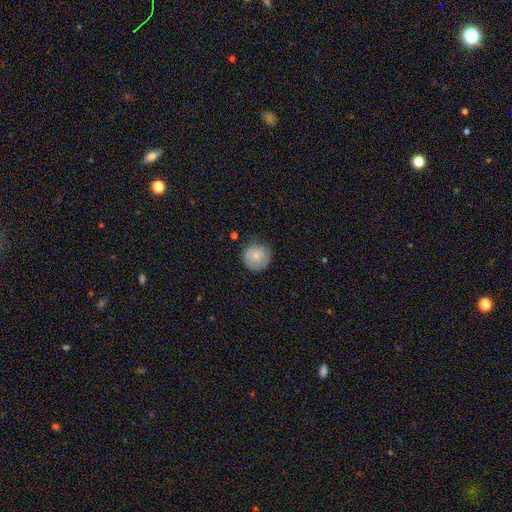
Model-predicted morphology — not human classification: type=smooth (81%); roundness=round (92%); merging=none (78%).